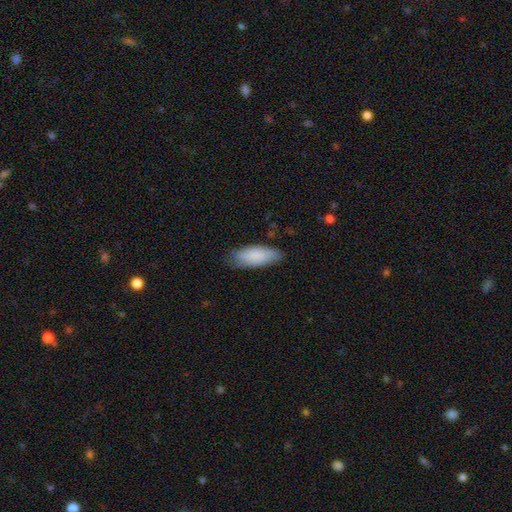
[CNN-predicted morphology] smooth 84%, featured or disk 11%, star or artifact 6%. Down the decision tree: how rounded — in between (70%); merging — none (78%).